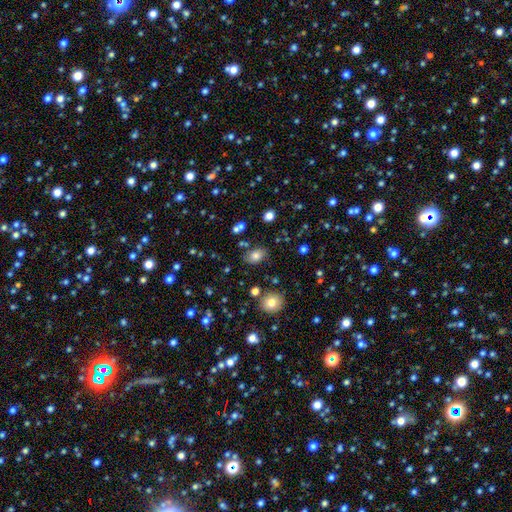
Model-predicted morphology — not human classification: Smooth or featured? smooth (74%)
How rounded? in between (75%)
Merging? none (76%)